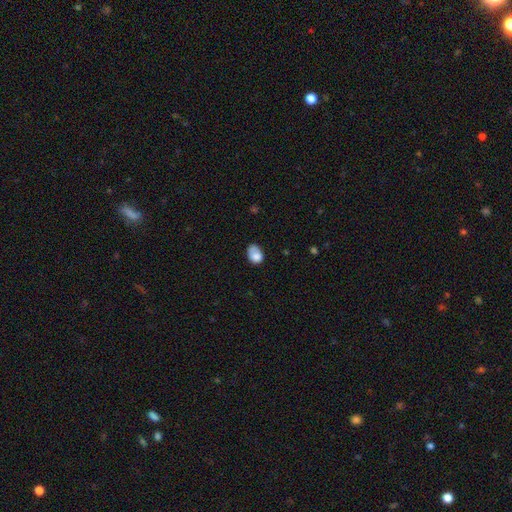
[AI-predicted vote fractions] The model was most divided on "merging": none: 45%, minor disturbance: 33%, major disturbance: 16%, merger: 6%. More confident: smooth or featured — smooth (78%); how rounded — in between (73%).